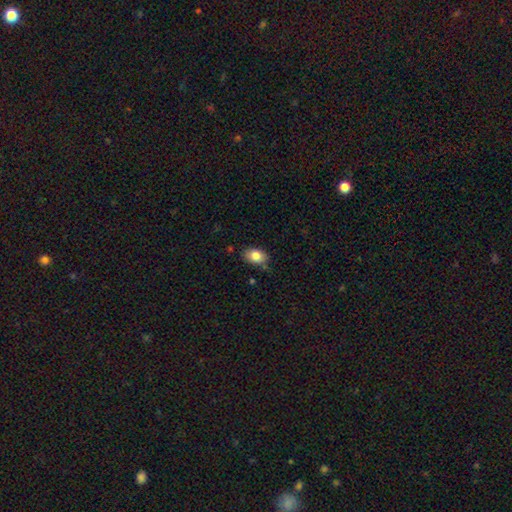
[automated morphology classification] A smooth galaxy with no disk features (83%) that is in between round and cigar-shaped (85%). Merging: none (78%).